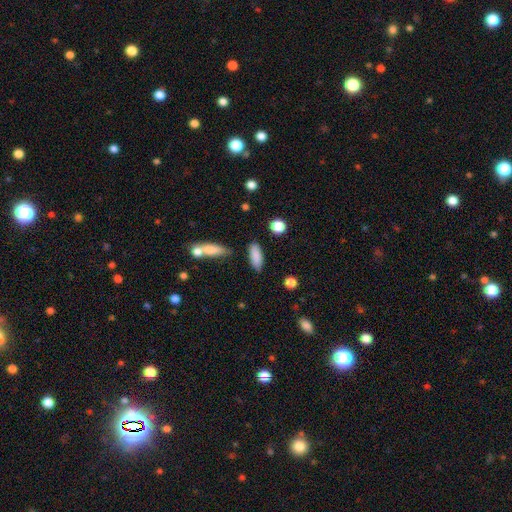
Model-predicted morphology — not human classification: Smooth or featured? smooth (86%)
How rounded? in between (68%)
Merging? none (77%)